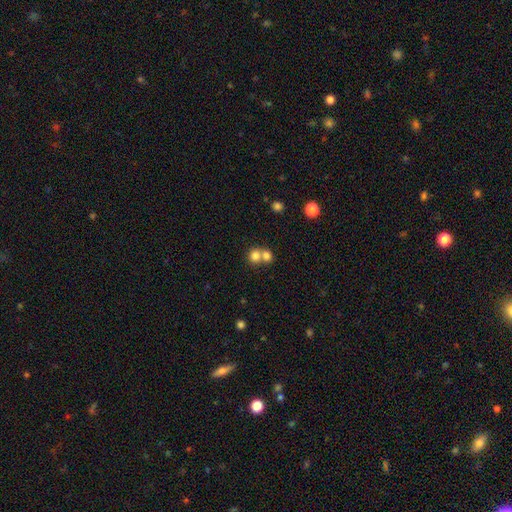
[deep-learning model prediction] smooth-or-featured: smooth: 78% | star or artifact: 11% | featured or disk: 10%
  how-rounded: round: 80% | in between: 19% | cigar-shaped: 1%
  merging: merger: 56% | none: 37% | minor disturbance: 5% | major disturbance: 2%